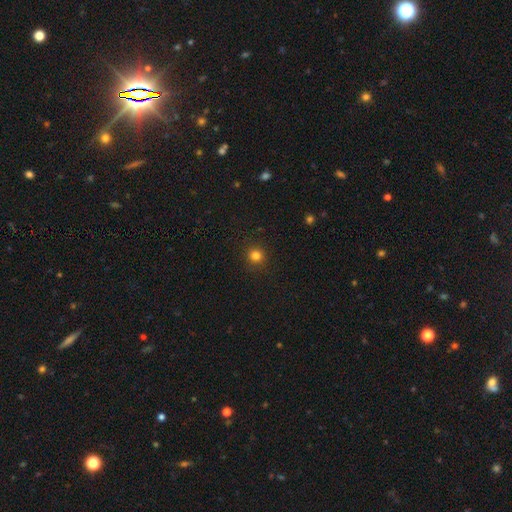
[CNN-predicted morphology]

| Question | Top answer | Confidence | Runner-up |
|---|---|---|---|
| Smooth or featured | smooth | 81% | star or artifact (14%) |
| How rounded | round | 92% | in between (7%) |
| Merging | none | 90% | minor disturbance (6%) |